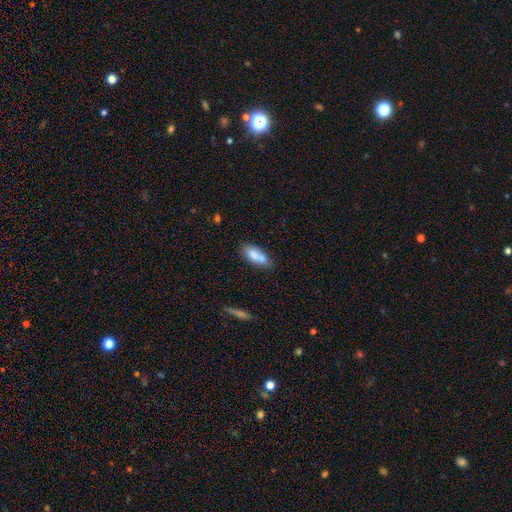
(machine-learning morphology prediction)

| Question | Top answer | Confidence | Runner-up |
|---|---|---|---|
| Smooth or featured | smooth | 78% | featured or disk (14%) |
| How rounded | in between | 78% | cigar-shaped (20%) |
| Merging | none | 58% | minor disturbance (20%) |